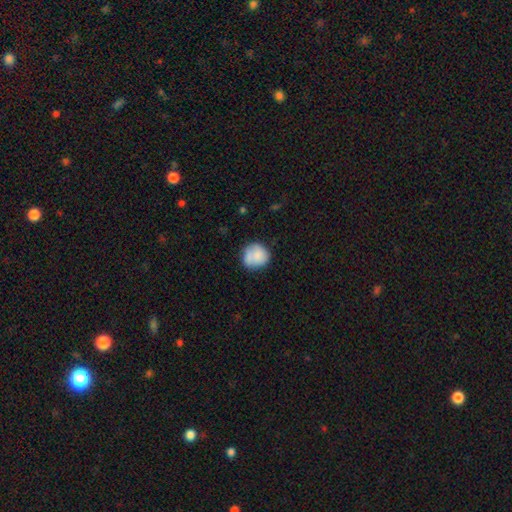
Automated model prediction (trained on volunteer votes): A smooth galaxy with no disk features (76%) that is round (85%).

Vote fractions:
- Smooth or featured? smooth: 76% / featured or disk: 16% / star or artifact: 8%
- How rounded? round: 85% / in between: 14% / cigar-shaped: 1%
- Merging? none: 60% / minor disturbance: 25% / merger: 8% / major disturbance: 7%